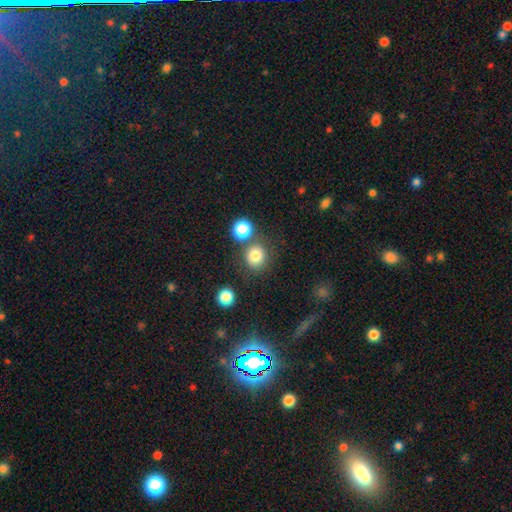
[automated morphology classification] Smooth or featured? Predicted: smooth (p=0.69). How rounded? Predicted: round (p=0.87). Merging? Predicted: none (p=0.78).